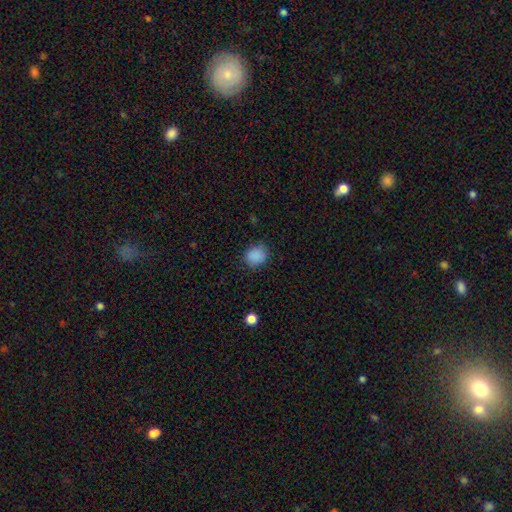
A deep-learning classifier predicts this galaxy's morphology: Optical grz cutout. It shows a smooth galaxy with no disk features (87%) that is round (72%). Merging: none (82%).